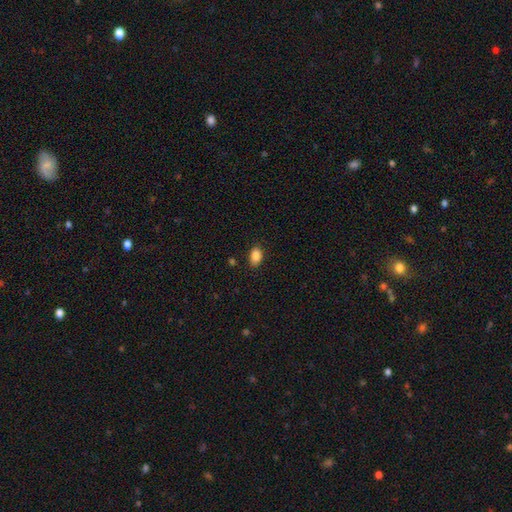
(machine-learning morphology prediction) Smooth or featured? Predicted: smooth (p=0.87). How rounded? Predicted: in between (p=0.88). Merging? Predicted: none (p=0.85).